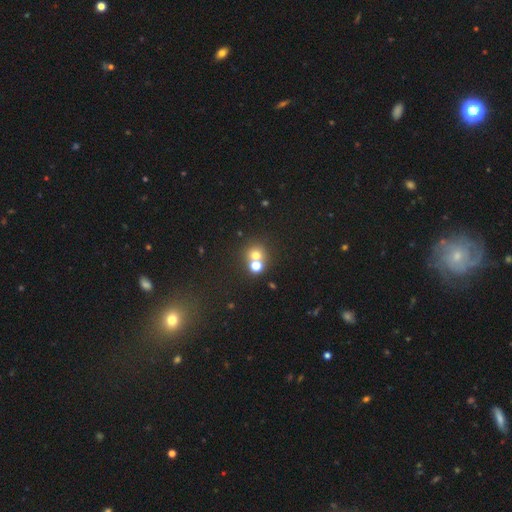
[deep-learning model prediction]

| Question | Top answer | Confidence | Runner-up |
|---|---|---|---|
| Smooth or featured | smooth | 66% | star or artifact (21%) |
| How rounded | round | 85% | in between (14%) |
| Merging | none | 52% | merger (38%) |